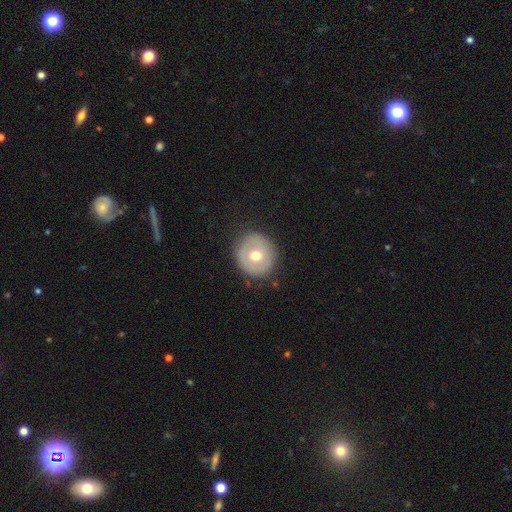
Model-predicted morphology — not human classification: smooth-or-featured: smooth: 54% | featured or disk: 39% | star or artifact: 7%
  how-rounded: round: 88% | in between: 11% | cigar-shaped: 1%
  merging: none: 83% | minor disturbance: 11% | major disturbance: 4% | merger: 1%